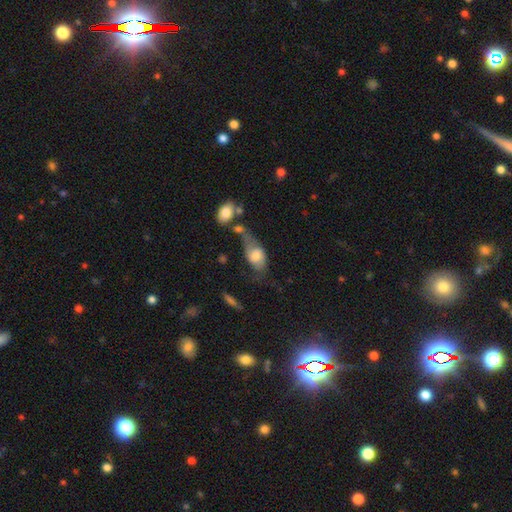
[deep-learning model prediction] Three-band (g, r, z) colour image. It shows a smooth galaxy with no disk features (60%) that is in between round and cigar-shaped (87%). Merging: major disturbance (31%).